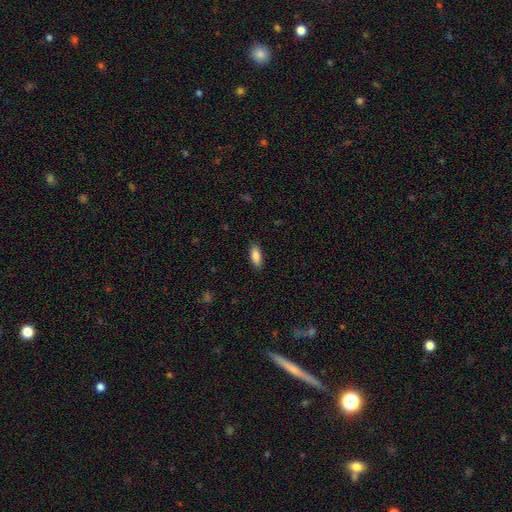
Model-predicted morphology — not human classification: A smooth galaxy with no disk features (86%) that is in between round and cigar-shaped (78%).

Vote fractions:
- Smooth or featured? smooth: 86% / featured or disk: 8% / star or artifact: 6%
- How rounded? in between: 78% / cigar-shaped: 20% / round: 2%
- Merging? none: 87% / minor disturbance: 10% / major disturbance: 2% / merger: 1%